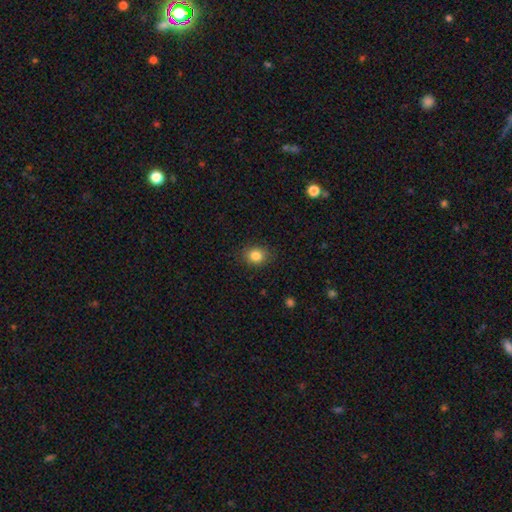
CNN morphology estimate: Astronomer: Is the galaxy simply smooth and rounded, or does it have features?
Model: smooth — 84%.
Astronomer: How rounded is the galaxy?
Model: round — 60% (runner-up: in between, 39%).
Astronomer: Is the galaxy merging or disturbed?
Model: none — 86%.